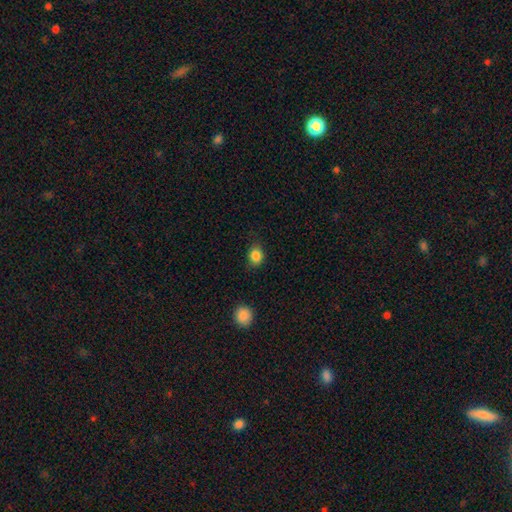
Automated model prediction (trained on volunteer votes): Overall: smooth (85%). How rounded: round (52%; in between 47%). Merging: none (79%).